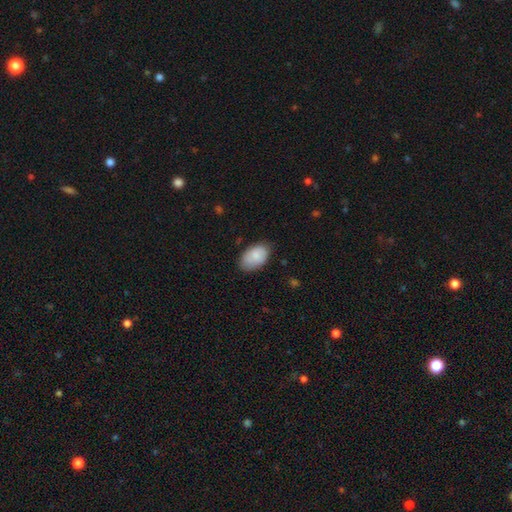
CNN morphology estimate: A smooth galaxy with no disk features (81%) that is in between round and cigar-shaped (92%). Merging: none (73%).